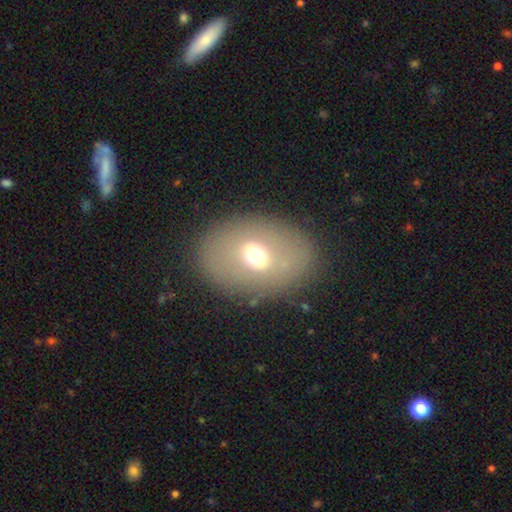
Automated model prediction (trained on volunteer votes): Smooth or featured? smooth (50%)
Merging? none (82%)